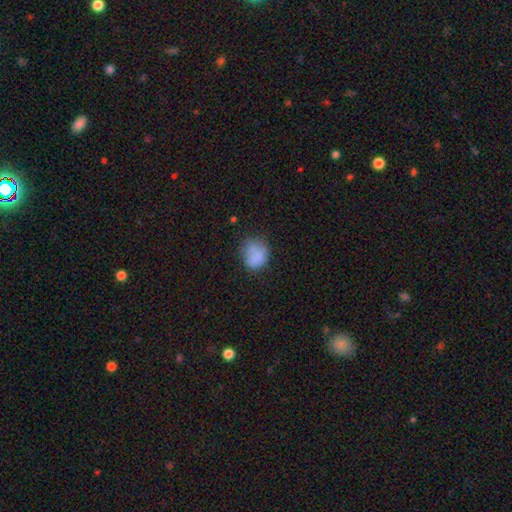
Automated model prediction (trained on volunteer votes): Overall: smooth (79%). How rounded: round (65%; in between 34%). Merging: none (56%; minor disturbance 28%).